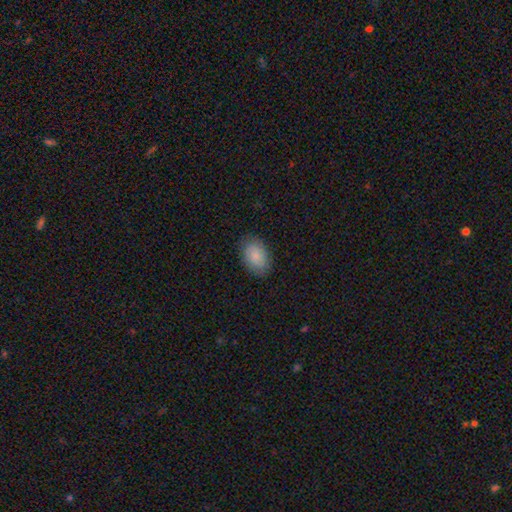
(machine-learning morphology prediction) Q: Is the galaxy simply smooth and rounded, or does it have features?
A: smooth — 85%.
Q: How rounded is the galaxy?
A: in between — 87%.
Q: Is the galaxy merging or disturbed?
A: none — 84%.